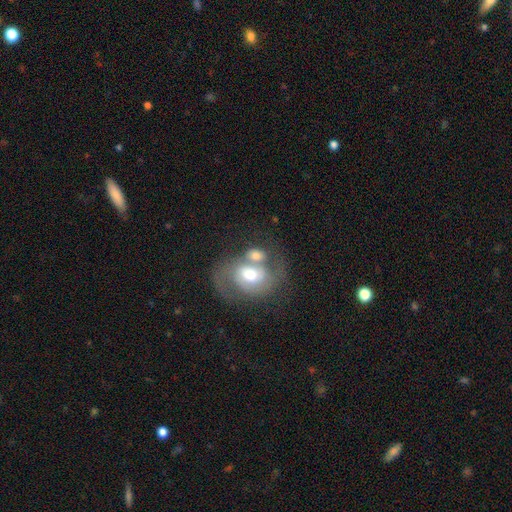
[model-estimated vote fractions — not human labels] Smooth or featured? Predicted: featured or disk (p=0.59). Edge-on disk? Predicted: no (p=0.96). Bar? Predicted: no (p=0.53). Spiral arms? Predicted: yes (p=0.76). Bulge size? Predicted: moderate (p=0.65). Merging? Predicted: merger (p=0.53).